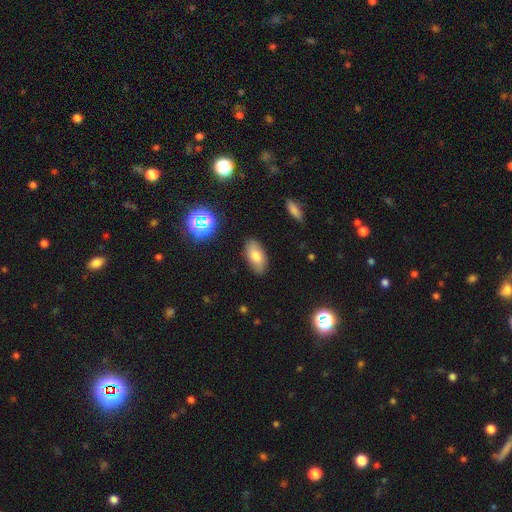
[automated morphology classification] smooth_or_featured: smooth (p=0.72) [alt: featured or disk p=0.18]
how_rounded: in between (p=0.91) [alt: cigar-shaped p=0.05]
merging: none (p=0.84) [alt: minor disturbance p=0.12]